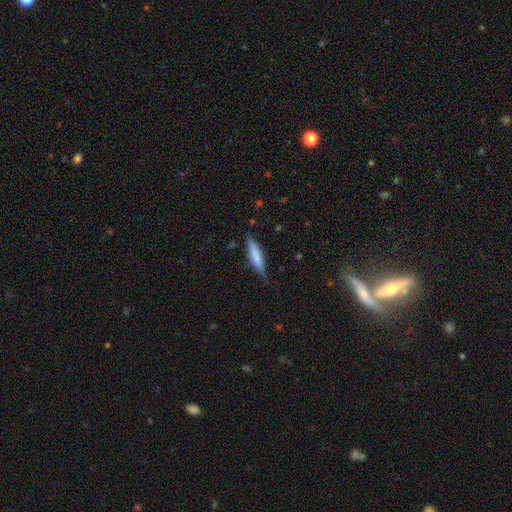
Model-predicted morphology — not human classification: The model was most divided on "smooth or featured": smooth: 66%, featured or disk: 28%, star or artifact: 6%. More confident: how rounded — cigar-shaped (80%); merging — none (75%).